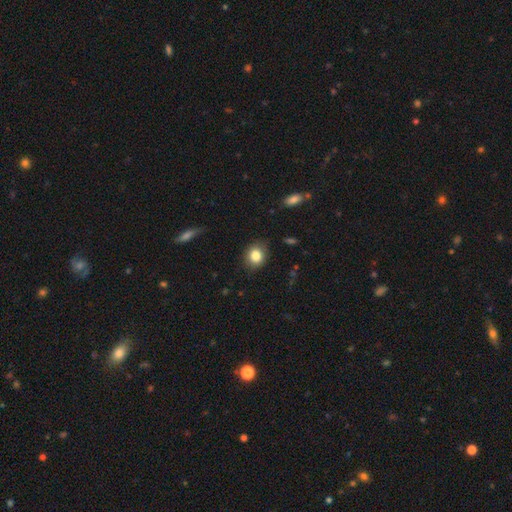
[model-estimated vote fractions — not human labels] Smooth or featured? Predicted: smooth (p=0.83). How rounded? Predicted: round (p=0.61). Merging? Predicted: none (p=0.82).